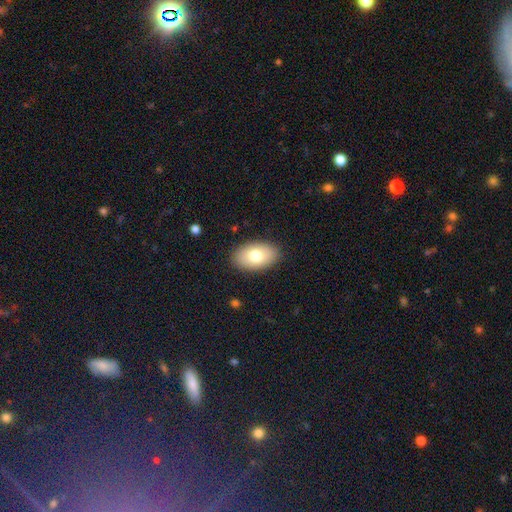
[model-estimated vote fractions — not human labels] Q: Smooth or featured?
A: smooth (76%); runner-up: featured or disk (17%)
Q: How rounded?
A: in between (93%); runner-up: round (6%)
Q: Merging?
A: none (88%); runner-up: minor disturbance (8%)